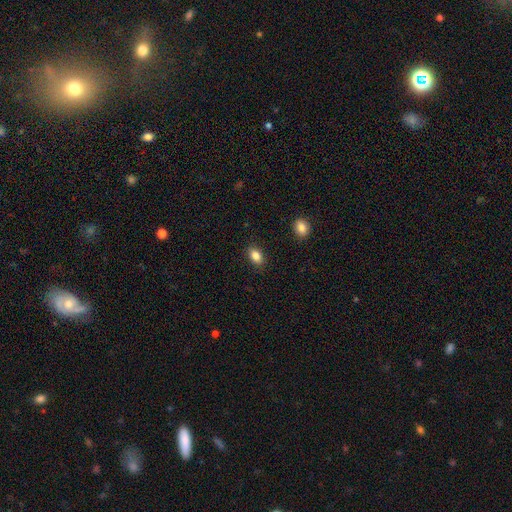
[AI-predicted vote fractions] Smooth or featured?
  - smooth: 85% *
  - star or artifact: 9%
  - featured or disk: 6%
How rounded?
  - in between: 85% *
  - round: 13%
  - cigar-shaped: 2%
Merging?
  - none: 87% *
  - minor disturbance: 9%
  - major disturbance: 2%
  - merger: 1%